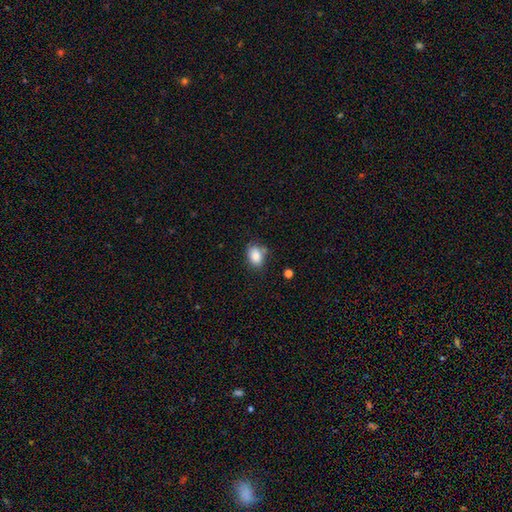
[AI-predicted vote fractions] Q: Smooth or featured?
A: smooth (85%); runner-up: star or artifact (9%)
Q: How rounded?
A: in between (78%); runner-up: round (21%)
Q: Merging?
A: none (69%); runner-up: minor disturbance (19%)